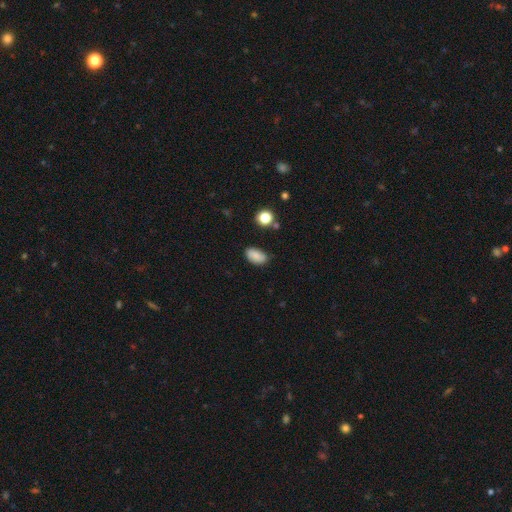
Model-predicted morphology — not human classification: Q: Smooth or featured?
A: smooth (85%); runner-up: star or artifact (9%)
Q: How rounded?
A: in between (91%); runner-up: round (7%)
Q: Merging?
A: none (76%); runner-up: minor disturbance (19%)